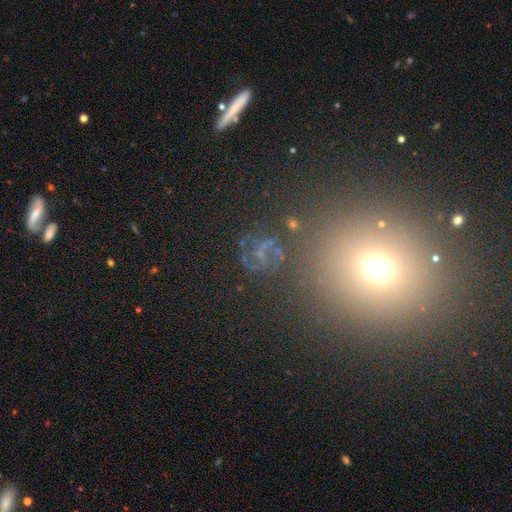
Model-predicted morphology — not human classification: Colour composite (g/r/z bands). It shows a star or artifact, not a galaxy (39%).